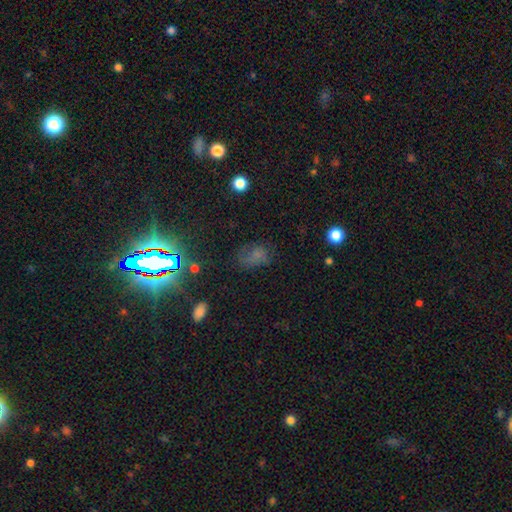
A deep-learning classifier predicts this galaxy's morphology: Smooth or featured: smooth — 50% (star or artifact — 33%)
Merging: none — 51% (minor disturbance — 26%)